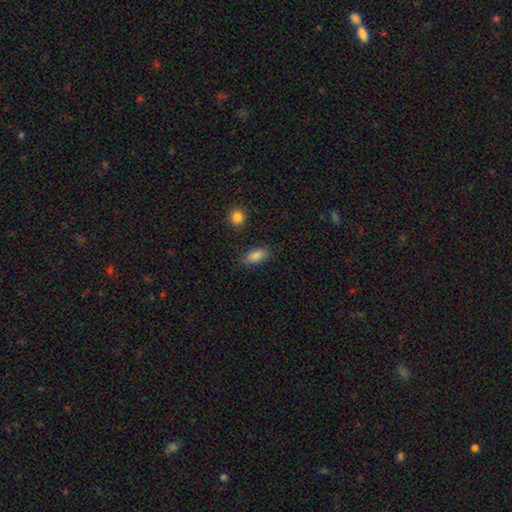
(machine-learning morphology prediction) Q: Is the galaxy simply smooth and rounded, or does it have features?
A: smooth — 87%.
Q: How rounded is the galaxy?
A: in between — 89%.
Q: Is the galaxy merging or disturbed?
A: none — 83%.